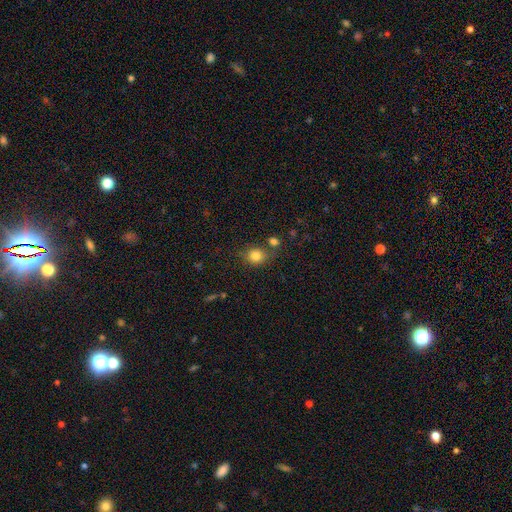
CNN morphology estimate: A smooth galaxy with no disk features (82%) that is round (73%). Merging: none (68%).